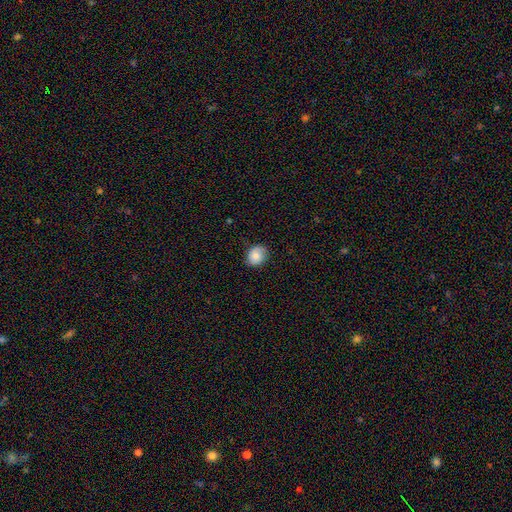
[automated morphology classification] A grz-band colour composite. It shows a smooth galaxy with no disk features (80%) that is round (60%). Merging: none (79%).